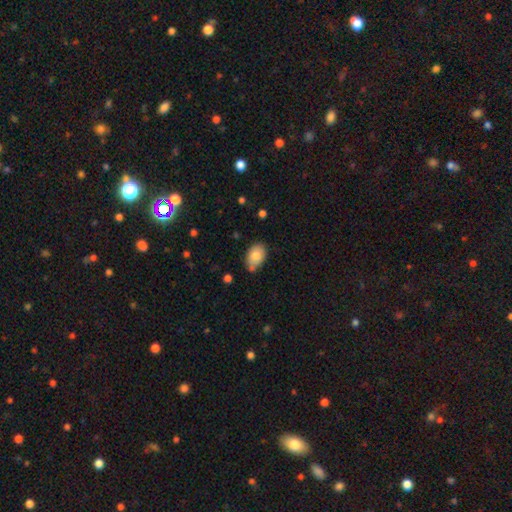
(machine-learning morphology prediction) Q: Smooth or featured?
A: smooth (82%); runner-up: featured or disk (11%)
Q: How rounded?
A: in between (87%); runner-up: round (12%)
Q: Merging?
A: none (68%); runner-up: minor disturbance (22%)